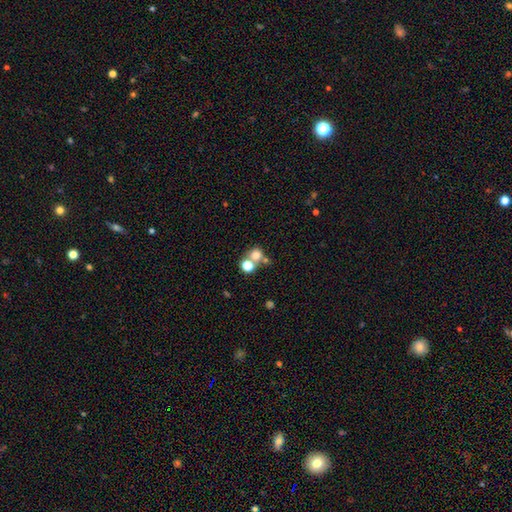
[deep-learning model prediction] smooth 71%, star or artifact 17%, featured or disk 12%. Down the decision tree: how rounded — round (84%); merging — none (46%).